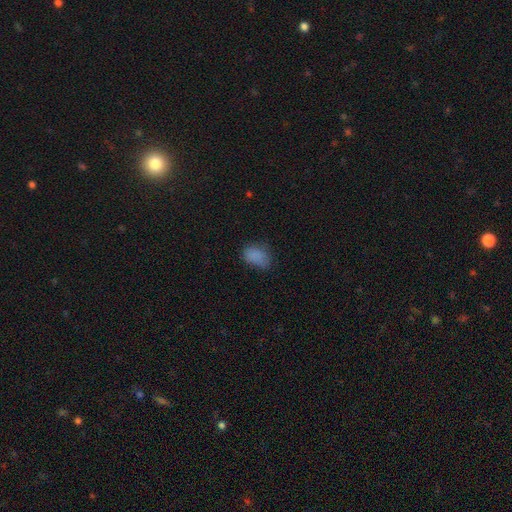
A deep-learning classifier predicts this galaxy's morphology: The model was most divided on "merging": none: 58%, minor disturbance: 29%, major disturbance: 11%, merger: 2%. More confident: smooth or featured — smooth (82%); how rounded — in between (82%).